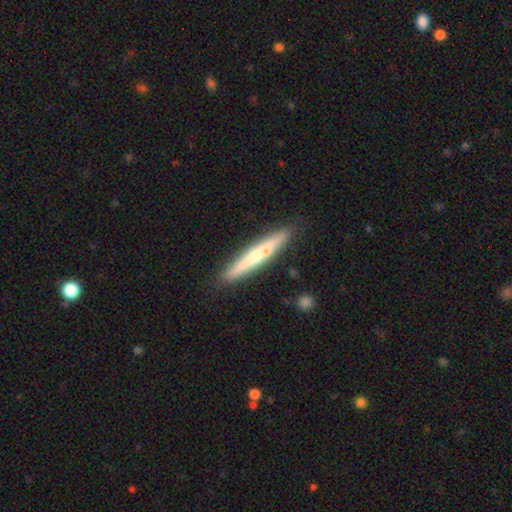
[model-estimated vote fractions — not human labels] A featured or disk galaxy (50%). Merging: none (86%).